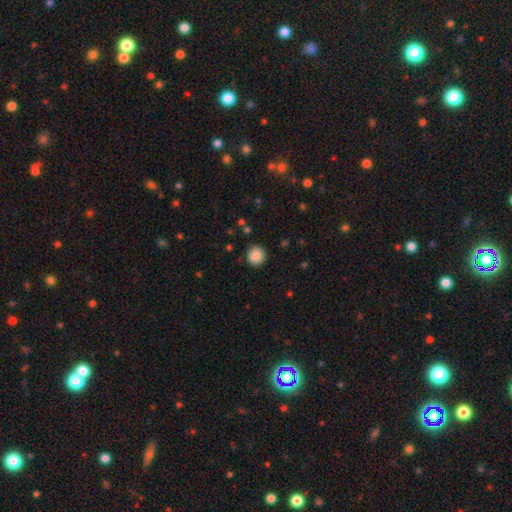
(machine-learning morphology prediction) This is clearly a smooth galaxy (87%). How rounded: clearly round (91%). Merging: clearly none (88%).